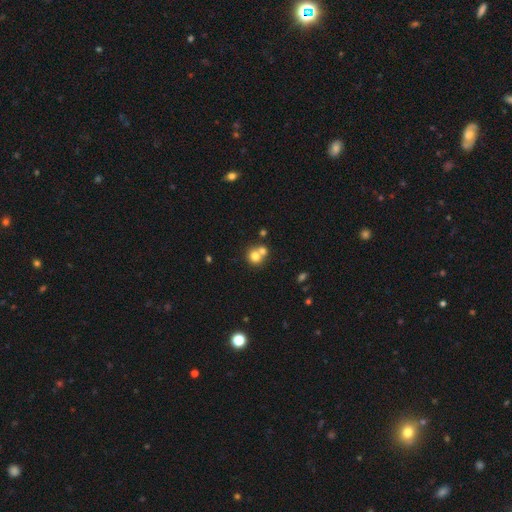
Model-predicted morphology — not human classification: This is likely a smooth galaxy (75%). How rounded: clearly round (82%). Merging: possibly merger (51%).